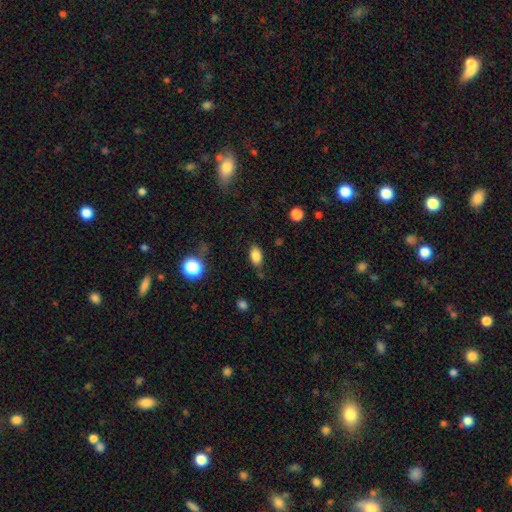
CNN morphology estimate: Smooth or featured: smooth — 84% (star or artifact — 10%)
How rounded: in between — 89% (round — 9%)
Merging: none — 79% (minor disturbance — 14%)